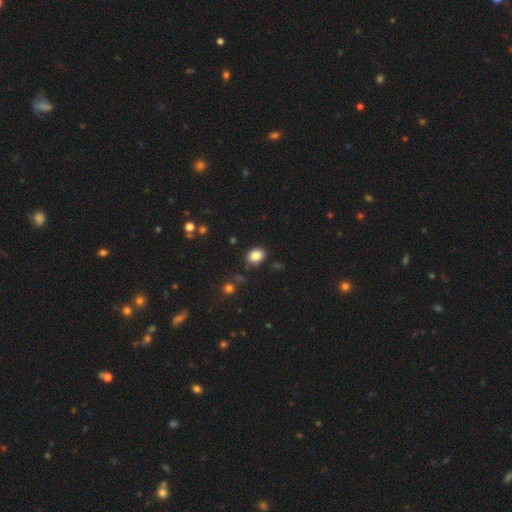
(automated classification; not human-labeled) smooth-or-featured: smooth: 86% | star or artifact: 9% | featured or disk: 5%
  how-rounded: in between: 52% | round: 47% | cigar-shaped: 1%
  merging: none: 86% | minor disturbance: 9% | major disturbance: 3% | merger: 2%